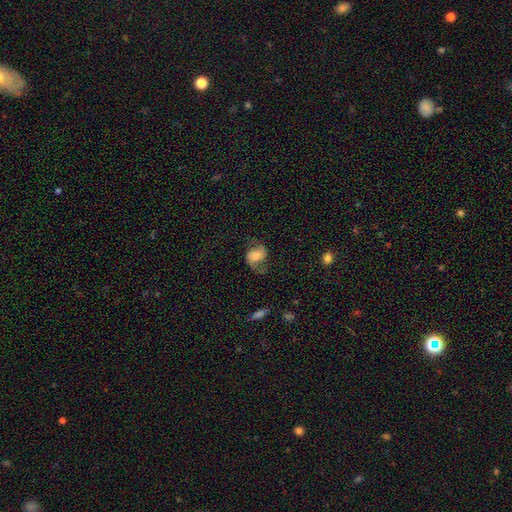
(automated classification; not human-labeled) This is likely a featured or disk galaxy (67%). It is clearly not viewed edge-on (97%). Bar: possibly no (56%). Spiral arm pattern: clearly yes (93%). Spiral arm count: clearly 2 (89%). Spiral winding: possibly loose (52%). Central bulge: marginally moderate (37%). Merging: likely none (63%).